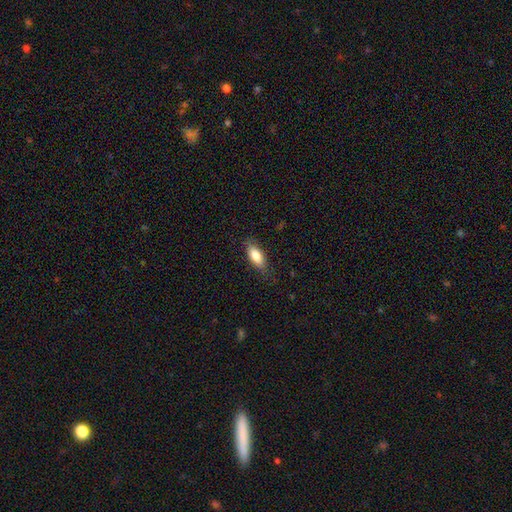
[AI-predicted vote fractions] Smooth or featured: smooth — 79% (featured or disk — 14%)
How rounded: in between — 76% (cigar-shaped — 22%)
Merging: none — 81% (minor disturbance — 15%)